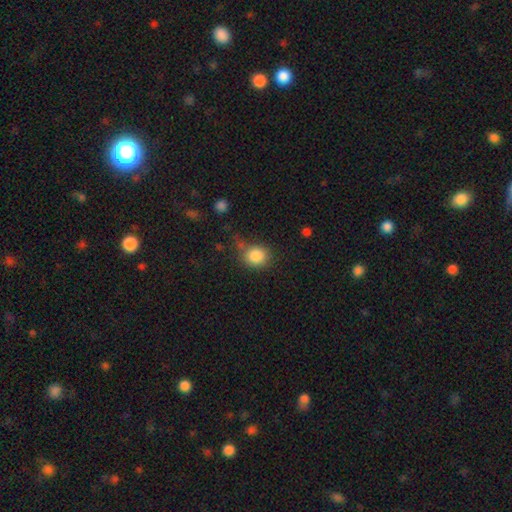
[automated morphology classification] A smooth galaxy with no disk features (85%) that is round (78%). Merging: none (63%).